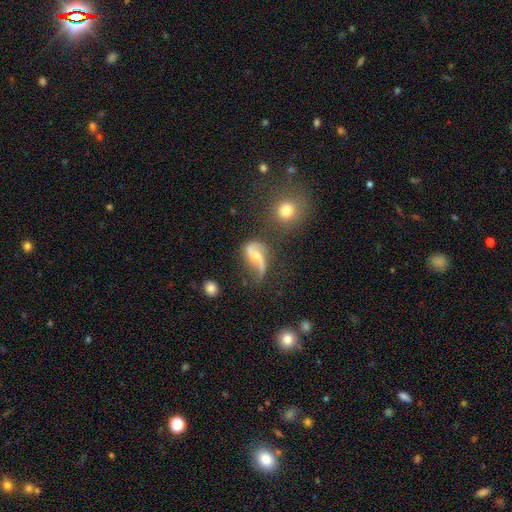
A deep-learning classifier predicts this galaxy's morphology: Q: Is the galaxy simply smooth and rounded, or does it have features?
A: featured or disk — 86%.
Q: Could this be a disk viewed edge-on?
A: no — 97%.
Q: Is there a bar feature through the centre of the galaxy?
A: no — 42%.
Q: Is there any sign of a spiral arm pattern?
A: yes — 96%.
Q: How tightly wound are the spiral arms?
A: loose — 80%.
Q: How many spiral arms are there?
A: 2 — 88%.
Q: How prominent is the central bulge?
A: moderate — 47%.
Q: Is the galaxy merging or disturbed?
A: none — 53%.